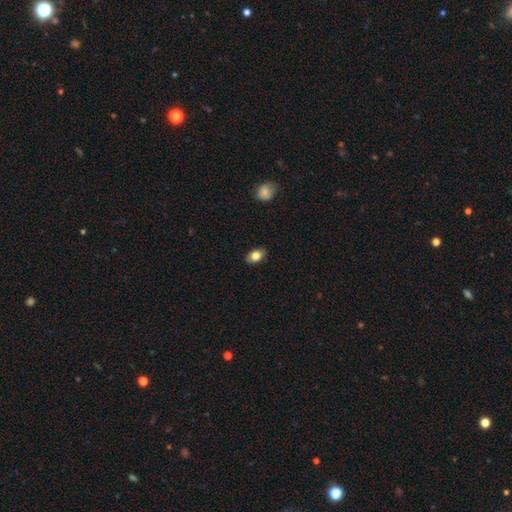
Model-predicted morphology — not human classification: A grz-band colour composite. It shows a smooth galaxy with no disk features (81%) that is in between round and cigar-shaped (86%). Merging: none (86%).